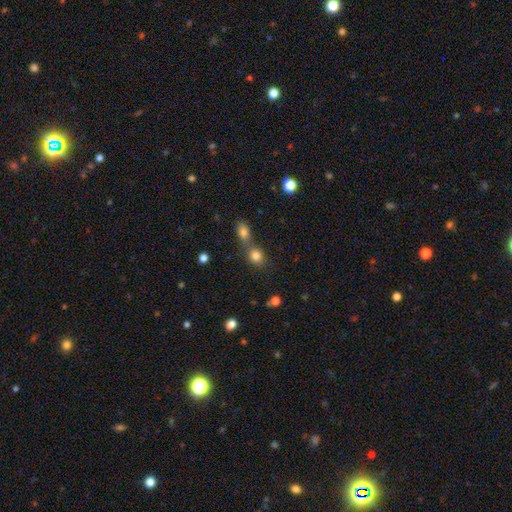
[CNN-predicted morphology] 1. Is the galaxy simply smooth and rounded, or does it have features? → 80% smooth, 12% star or artifact, 7% featured or disk.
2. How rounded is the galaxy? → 66% round, 33% in between, 2% cigar-shaped.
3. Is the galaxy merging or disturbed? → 45% merger, 44% none, 8% minor disturbance, 3% major disturbance.